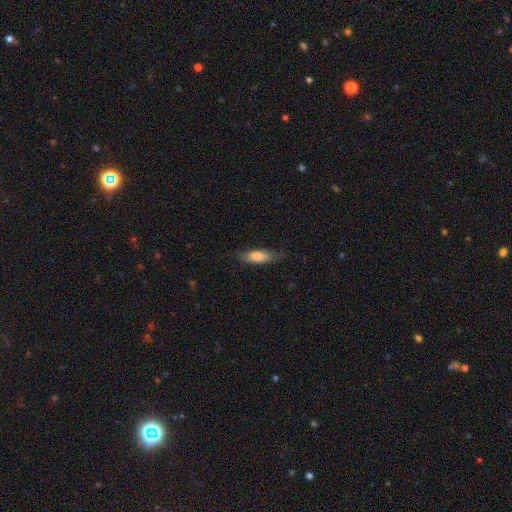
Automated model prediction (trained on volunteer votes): Smooth or featured?
  - smooth: 75% *
  - featured or disk: 19%
  - star or artifact: 6%
How rounded?
  - in between: 64% *
  - cigar-shaped: 34%
  - round: 2%
Merging?
  - none: 70% *
  - minor disturbance: 23%
  - major disturbance: 5%
  - merger: 1%